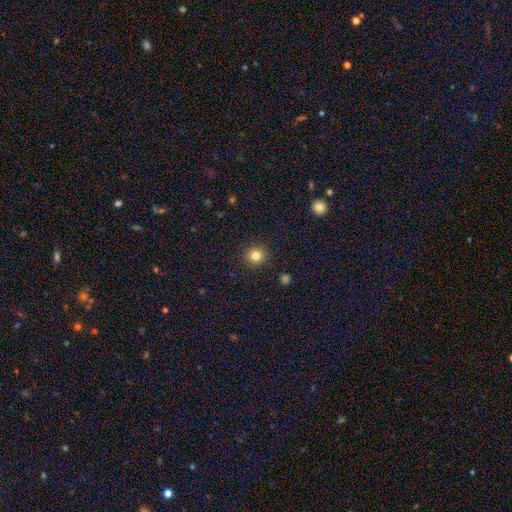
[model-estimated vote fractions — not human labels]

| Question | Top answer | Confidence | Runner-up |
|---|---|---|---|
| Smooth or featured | smooth | 82% | star or artifact (12%) |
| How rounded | round | 93% | in between (6%) |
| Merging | none | 91% | minor disturbance (6%) |